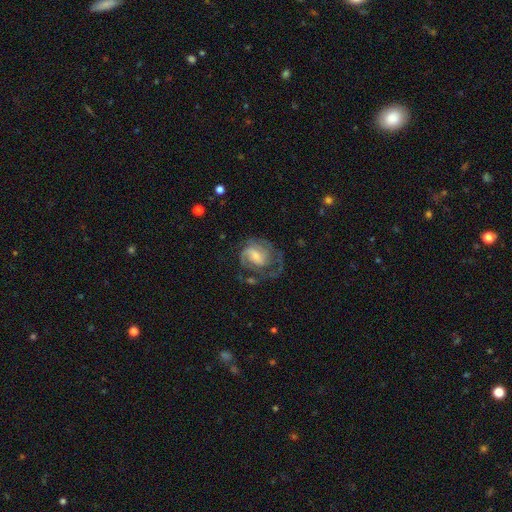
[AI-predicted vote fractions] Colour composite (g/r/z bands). It shows a featured or disk galaxy (81%) with a weak bar (50%), 2 (41%) medium (43%) spiral arms (93%) and a small central bulge (52%). Merging: none (47%).